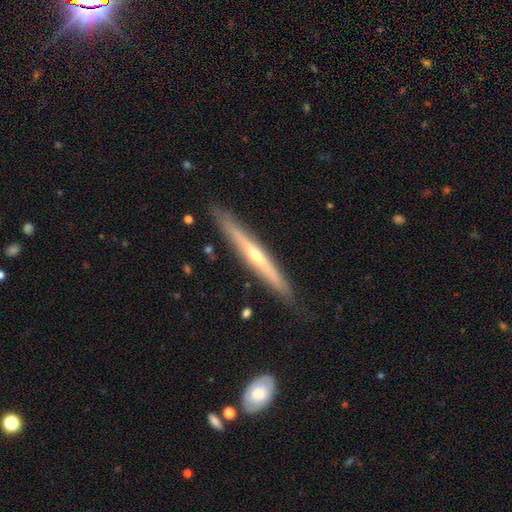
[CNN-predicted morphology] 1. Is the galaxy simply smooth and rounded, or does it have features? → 73% featured or disk, 21% smooth, 6% star or artifact.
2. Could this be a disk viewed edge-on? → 96% yes, 4% no.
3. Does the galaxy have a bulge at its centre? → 74% rounded, 23% none, 3% boxy.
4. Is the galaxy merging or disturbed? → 87% none, 10% minor disturbance, 2% major disturbance, 1% merger.